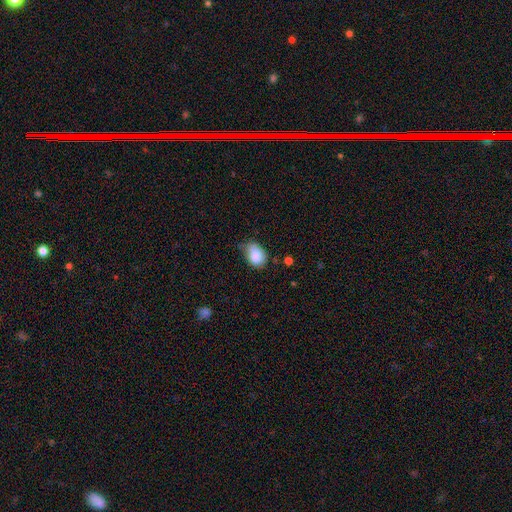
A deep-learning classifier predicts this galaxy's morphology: Overall: smooth (83%). How rounded: in between (75%). Merging: none (48%; minor disturbance 40%).